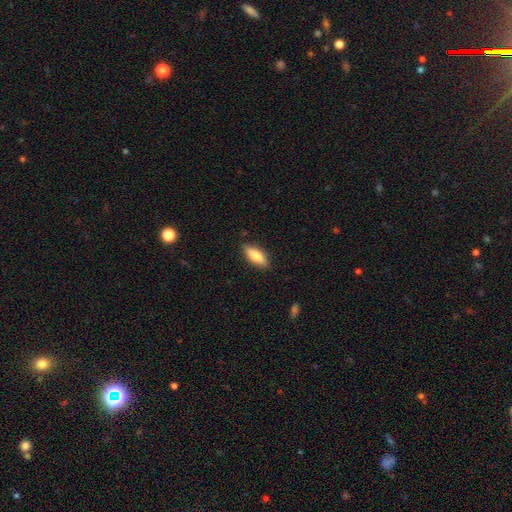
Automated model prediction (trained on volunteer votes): This appears to be a smooth galaxy with no disk features (78%) that is in between round and cigar-shaped (63%). Merging: none (86%).